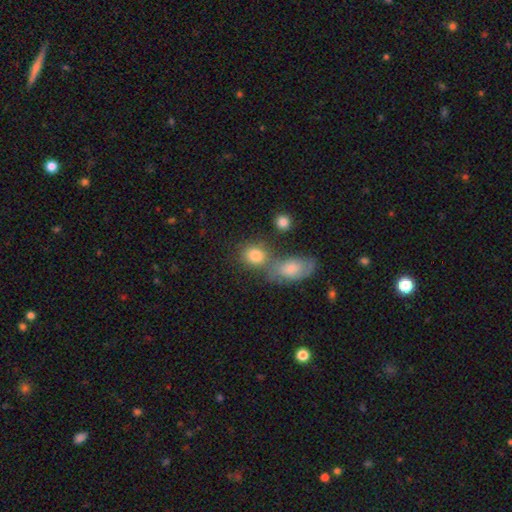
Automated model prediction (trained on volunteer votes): A smooth galaxy with no disk features (81%) that is round (61%). Merging: none (47%).